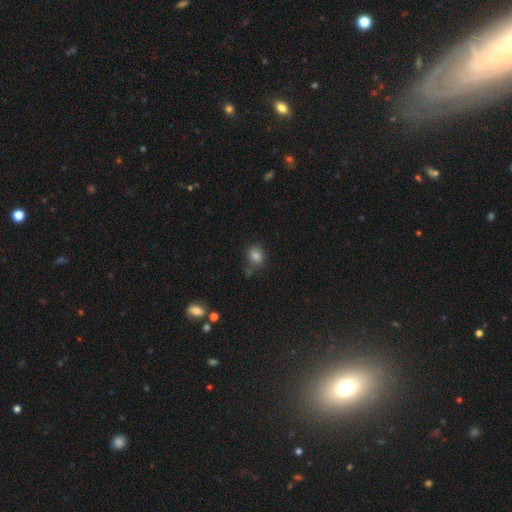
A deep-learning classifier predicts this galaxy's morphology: smooth-or-featured: smooth: 82% | star or artifact: 12% | featured or disk: 6%
  how-rounded: round: 69% | in between: 30% | cigar-shaped: 1%
  merging: none: 73% | minor disturbance: 14% | merger: 9% | major disturbance: 4%